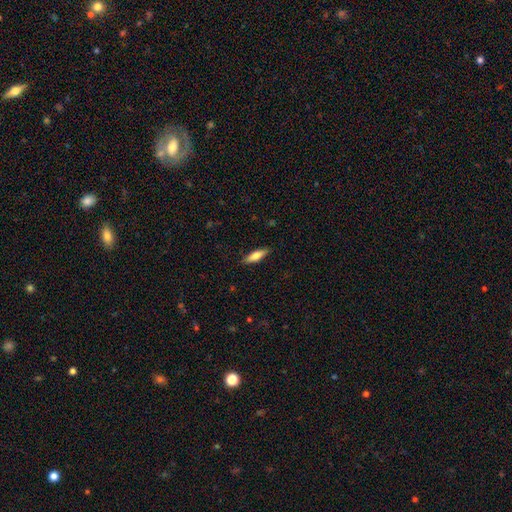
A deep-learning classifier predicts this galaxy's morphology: Smooth or featured? smooth (68%)
How rounded? cigar-shaped (63%)
Merging? none (88%)